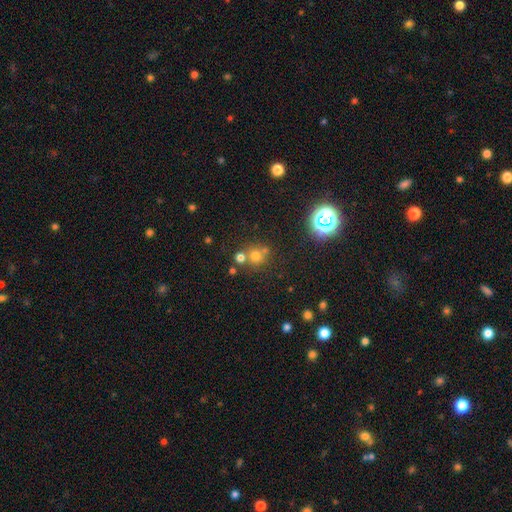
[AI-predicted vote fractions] Overall: smooth (63%; star or artifact 27%). How rounded: round (87%). Merging: none (60%; merger 26%).